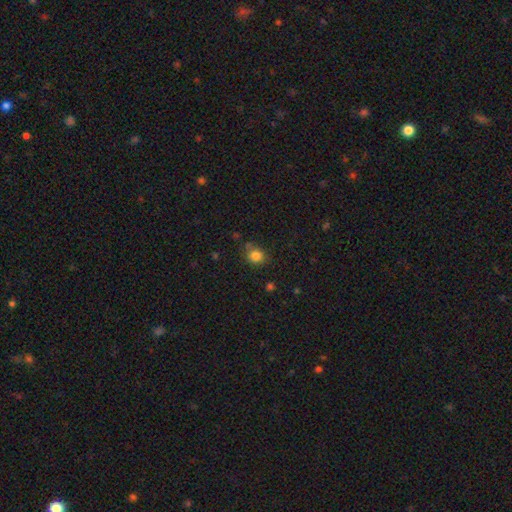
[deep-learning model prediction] A smooth galaxy with no disk features (83%) that is round (76%).

Vote fractions:
- Smooth or featured? smooth: 83% / star or artifact: 12% / featured or disk: 5%
- How rounded? round: 76% / in between: 23% / cigar-shaped: 1%
- Merging? none: 70% / minor disturbance: 19% / merger: 6% / major disturbance: 5%